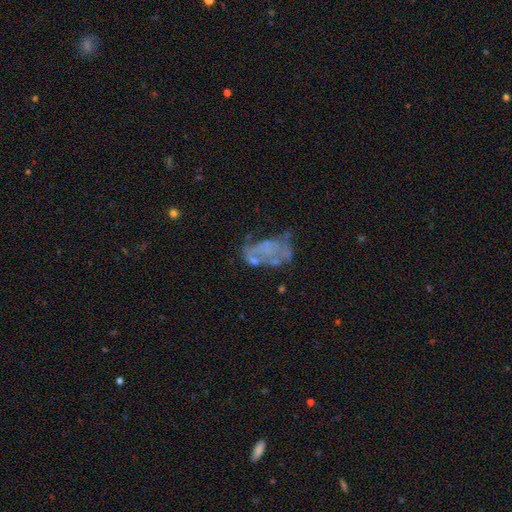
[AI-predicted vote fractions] Morphology: type=featured or disk (55%); edge-on=no (98%); bar=no (91%); spiral arms=no (89%); bulge=none (79%); merging=major disturbance (34%).